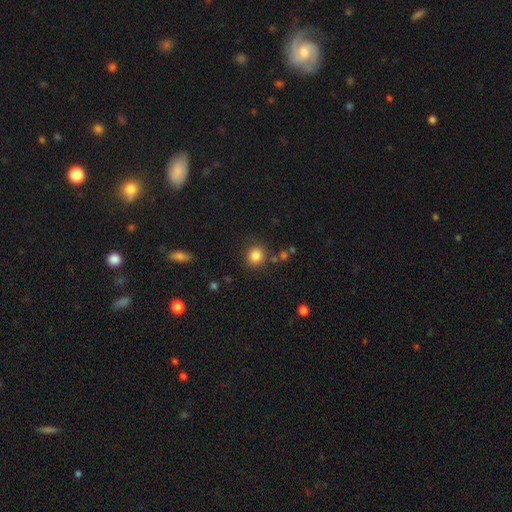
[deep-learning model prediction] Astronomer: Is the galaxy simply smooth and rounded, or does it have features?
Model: smooth — 83%.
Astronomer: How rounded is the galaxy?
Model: round — 86%.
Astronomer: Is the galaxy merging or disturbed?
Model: none — 84%.